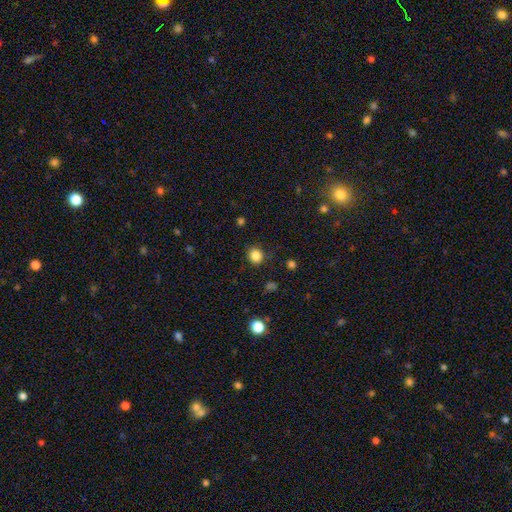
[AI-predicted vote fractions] Smooth or featured? Predicted: smooth (p=0.85). How rounded? Predicted: round (p=0.85). Merging? Predicted: none (p=0.88).